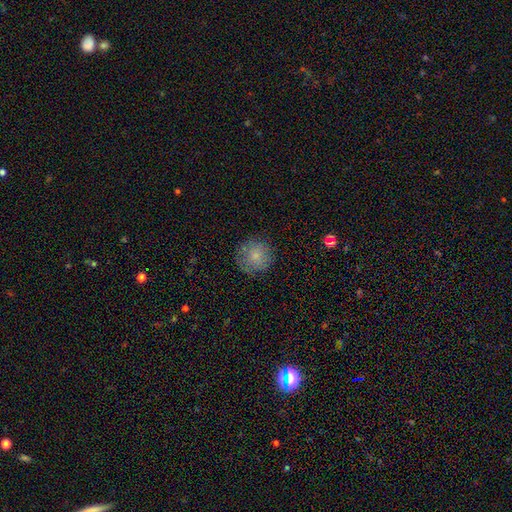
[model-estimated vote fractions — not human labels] smooth_or_featured: smooth (p=0.77) [alt: featured or disk p=0.15]
how_rounded: round (p=0.94) [alt: in between p=0.05]
merging: none (p=0.79) [alt: minor disturbance p=0.15]